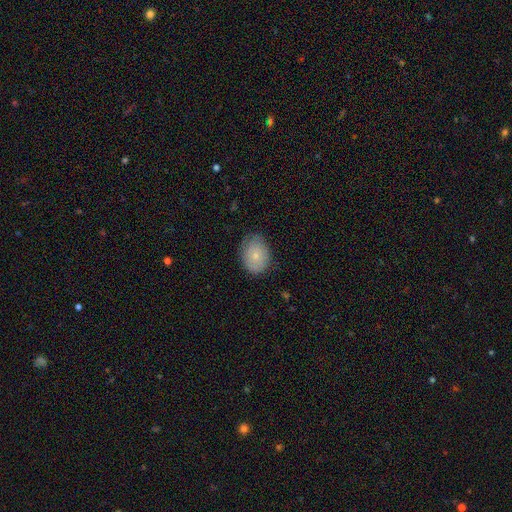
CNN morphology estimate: The model was most divided on "how rounded": in between: 70%, round: 29%, cigar-shaped: 1%. More confident: smooth or featured — smooth (75%); merging — none (73%).